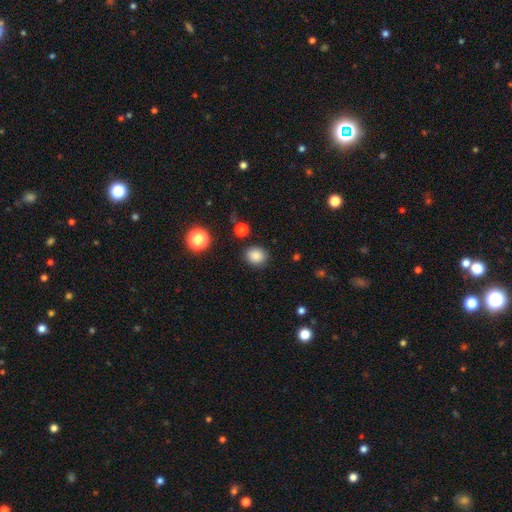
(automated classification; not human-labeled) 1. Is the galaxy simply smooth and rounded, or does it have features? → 85% smooth, 11% star or artifact, 4% featured or disk.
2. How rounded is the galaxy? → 68% round, 31% in between, 1% cigar-shaped.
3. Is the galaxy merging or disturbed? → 86% none, 9% minor disturbance, 3% major disturbance, 2% merger.